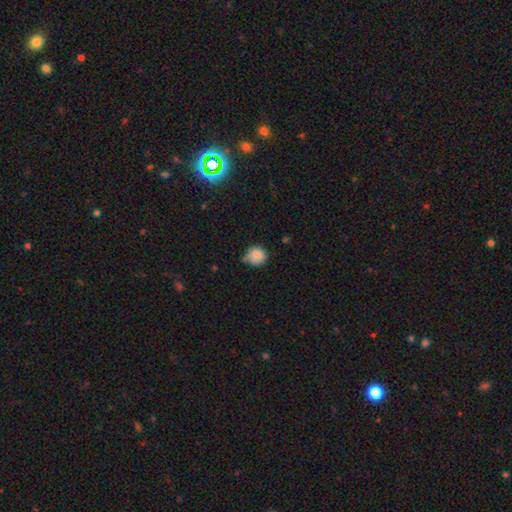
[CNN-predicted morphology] type=smooth (85%); roundness=round (90%); merging=none (63%).